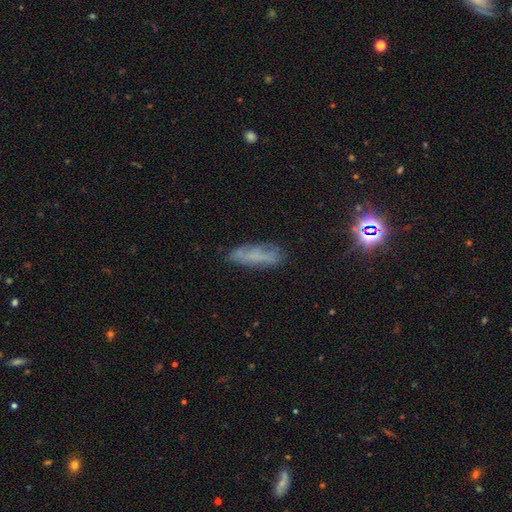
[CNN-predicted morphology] A smooth galaxy with no disk features (54%) that is cigar-shaped (56%). Merging: none (68%).